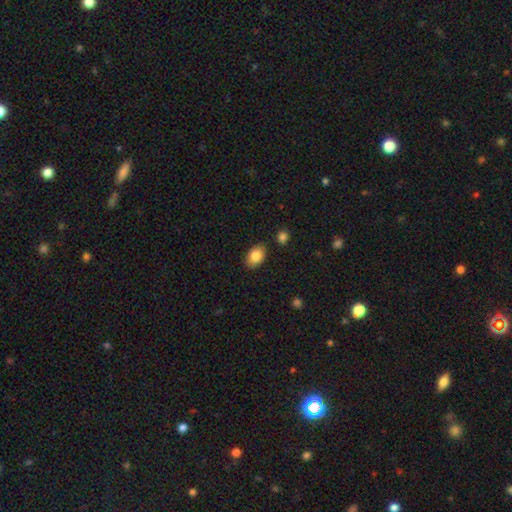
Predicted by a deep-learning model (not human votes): smooth 84%, featured or disk 9%, star or artifact 8%. Down the decision tree: how rounded — in between (86%); merging — none (86%).